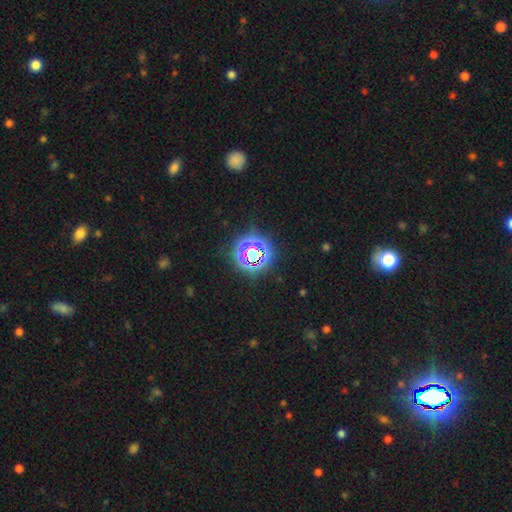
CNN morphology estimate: The model was most divided on "smooth or featured": star or artifact: 75%, smooth: 17%, featured or disk: 8%.